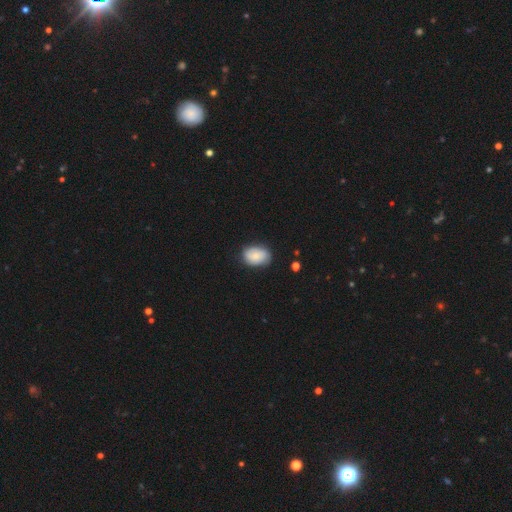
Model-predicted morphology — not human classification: The model was most divided on "how rounded": in between: 77%, round: 22%, cigar-shaped: 1%. More confident: merging — none (75%); smooth or featured — smooth (74%).